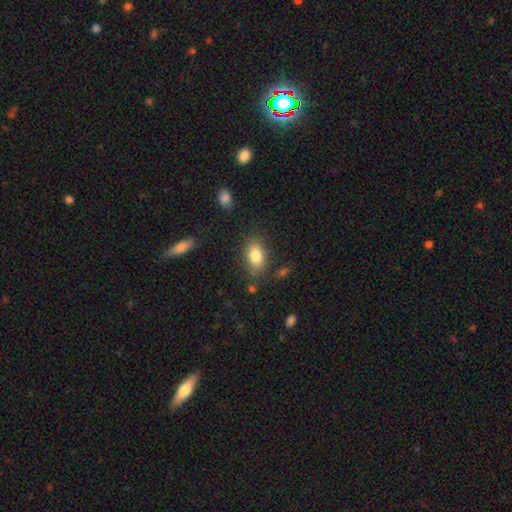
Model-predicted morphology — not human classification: This is clearly a smooth galaxy (83%). How rounded: clearly in between (87%). Merging: likely none (79%).